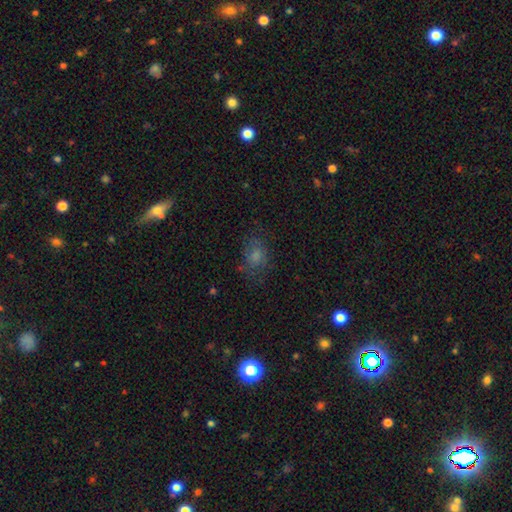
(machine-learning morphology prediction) smooth-or-featured: smooth: 66% | star or artifact: 17% | featured or disk: 17%
  how-rounded: in between: 65% | round: 33% | cigar-shaped: 2%
  merging: none: 63% | minor disturbance: 21% | major disturbance: 14% | merger: 2%